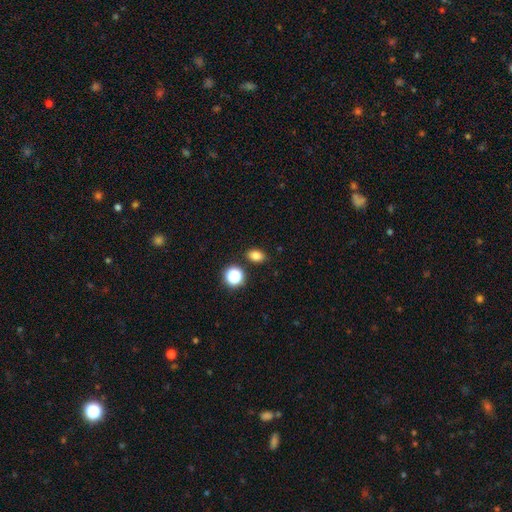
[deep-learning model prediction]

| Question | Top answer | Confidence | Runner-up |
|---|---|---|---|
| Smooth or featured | smooth | 80% | star or artifact (15%) |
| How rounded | in between | 74% | round (25%) |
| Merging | none | 84% | minor disturbance (10%) |